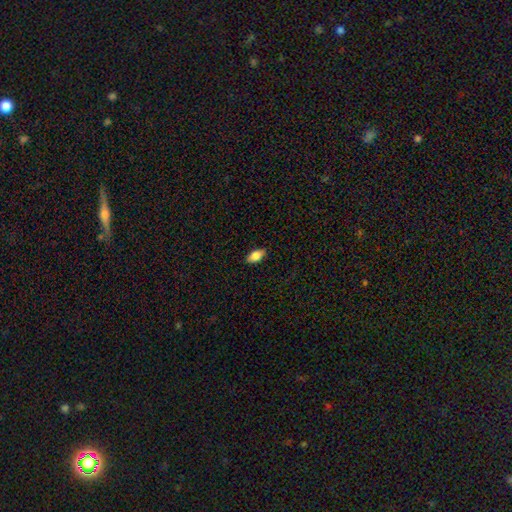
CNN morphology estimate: smooth_or_featured: smooth (p=0.82) [alt: featured or disk p=0.10]
how_rounded: in between (p=0.90) [alt: cigar-shaped p=0.06]
merging: none (p=0.87) [alt: minor disturbance p=0.10]